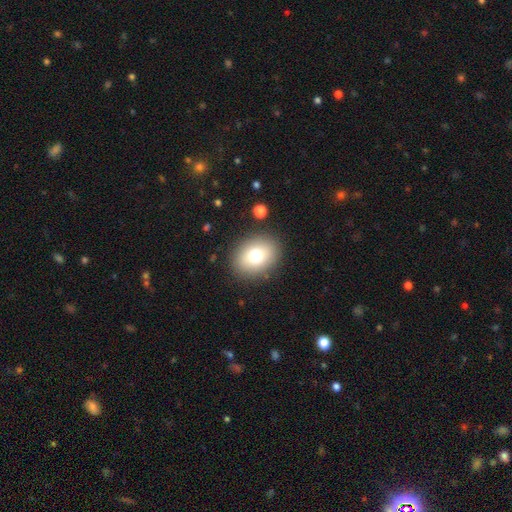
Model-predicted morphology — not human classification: A smooth galaxy with no disk features (76%) that is in between round and cigar-shaped (56%). Merging: none (87%).